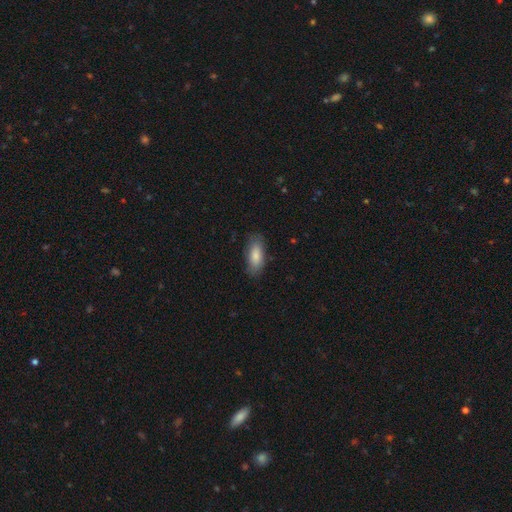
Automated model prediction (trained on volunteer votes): The model was most divided on "merging": none: 82%, minor disturbance: 14%, major disturbance: 3%, merger: 1%. More confident: smooth or featured — smooth (84%); how rounded — in between (83%).